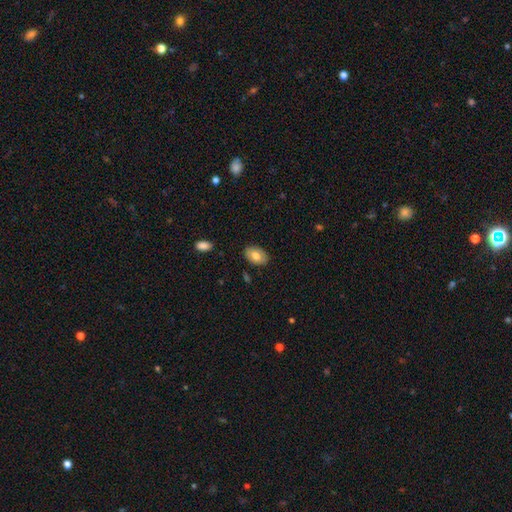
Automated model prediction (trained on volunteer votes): smooth-or-featured: smooth: 72% | featured or disk: 21% | star or artifact: 7%
  how-rounded: in between: 89% | round: 9% | cigar-shaped: 1%
  merging: none: 86% | minor disturbance: 11% | major disturbance: 2% | merger: 1%